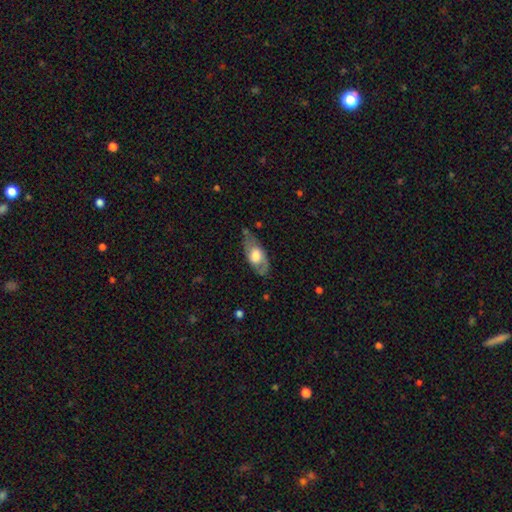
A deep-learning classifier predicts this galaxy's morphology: A featured or disk galaxy (48%).

Vote fractions:
- Smooth or featured? featured or disk: 48% / smooth: 47% / star or artifact: 5%
- Merging? none: 64% / minor disturbance: 26% / major disturbance: 8% / merger: 2%